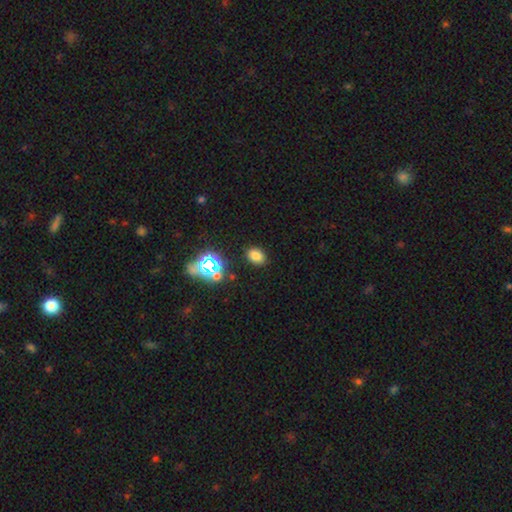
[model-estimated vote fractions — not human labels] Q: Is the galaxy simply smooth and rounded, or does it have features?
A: smooth — 73%.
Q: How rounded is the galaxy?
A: in between — 73%.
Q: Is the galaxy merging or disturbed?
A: none — 86%.